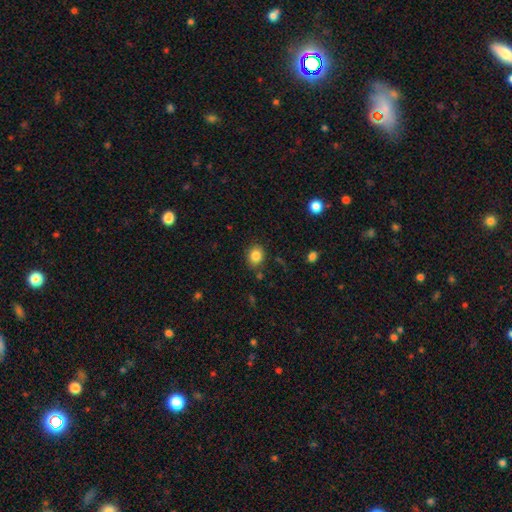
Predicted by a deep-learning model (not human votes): Overall: smooth (84%). How rounded: round (53%; in between 46%). Merging: none (82%).